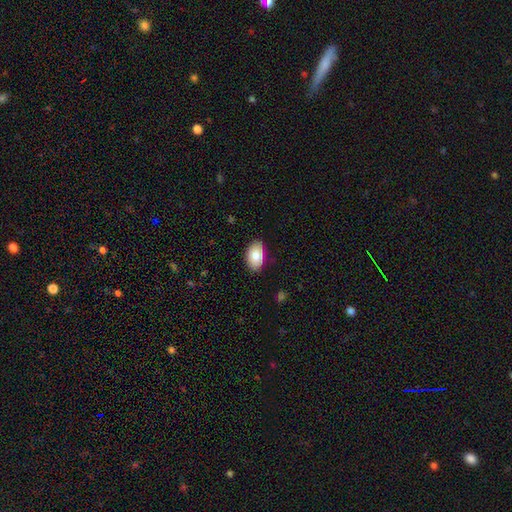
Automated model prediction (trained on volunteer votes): smooth 81%, featured or disk 12%, star or artifact 7%. Down the decision tree: how rounded — in between (92%); merging — none (84%).